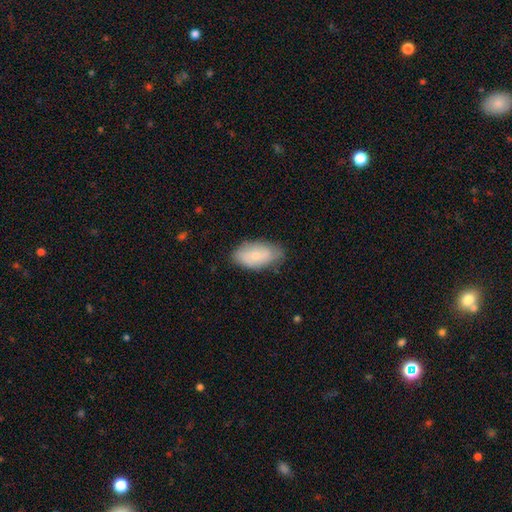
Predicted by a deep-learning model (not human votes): Smooth or featured?
  - smooth: 68% *
  - featured or disk: 25%
  - star or artifact: 7%
How rounded?
  - in between: 93% *
  - round: 4%
  - cigar-shaped: 3%
Merging?
  - none: 69% *
  - minor disturbance: 24%
  - major disturbance: 5%
  - merger: 1%